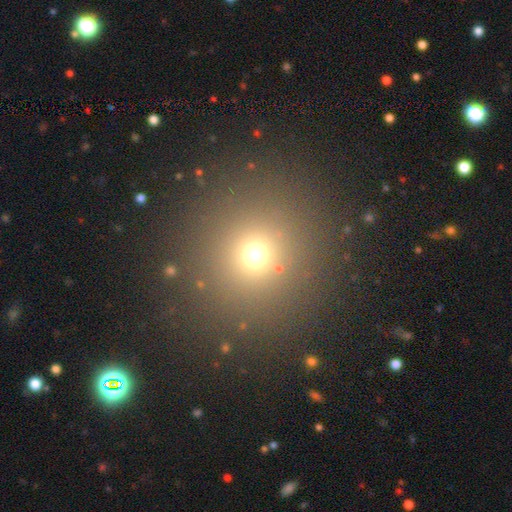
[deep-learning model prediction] Smooth or featured?
  - smooth: 66% *
  - star or artifact: 26%
  - featured or disk: 8%
How rounded?
  - round: 91% *
  - in between: 8%
  - cigar-shaped: 1%
Merging?
  - none: 86% *
  - minor disturbance: 7%
  - major disturbance: 4%
  - merger: 3%